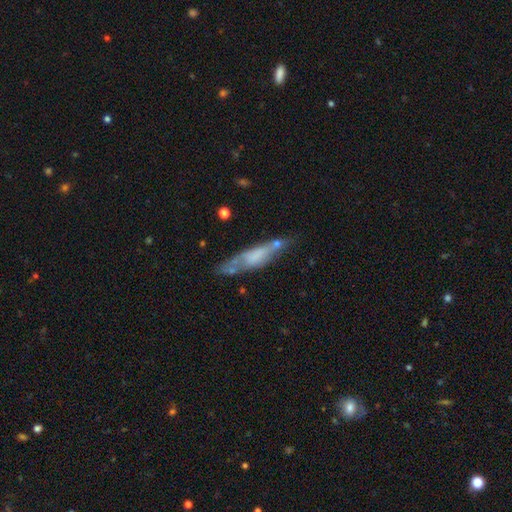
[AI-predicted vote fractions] This appears to be a featured or disk galaxy (47%). Merging: none (49%).